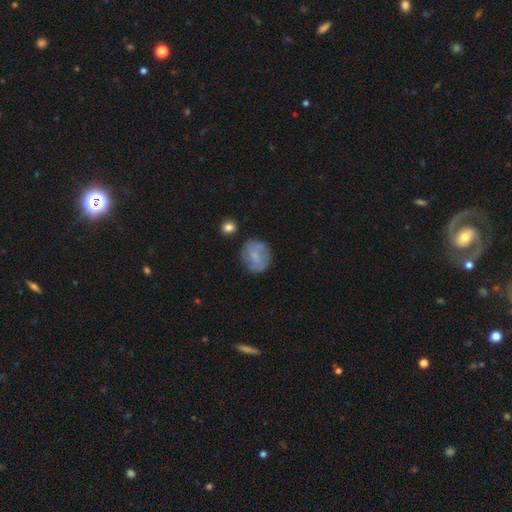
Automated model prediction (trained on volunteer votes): Smooth or featured?
  - smooth: 59% *
  - featured or disk: 33%
  - star or artifact: 8%
How rounded?
  - round: 74% *
  - in between: 25%
  - cigar-shaped: 1%
Merging?
  - none: 71% *
  - minor disturbance: 19%
  - major disturbance: 6%
  - merger: 3%